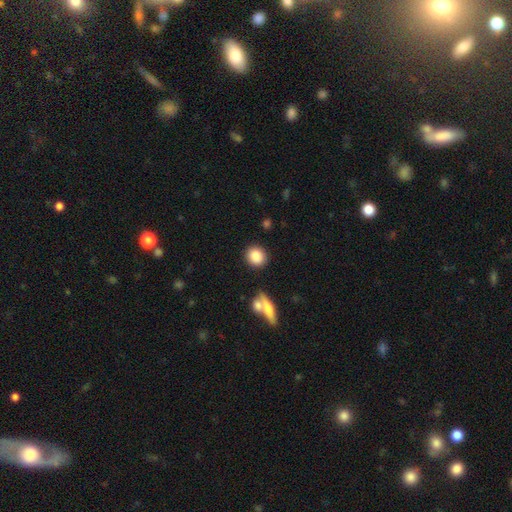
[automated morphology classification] Smooth or featured? Predicted: smooth (p=0.85). How rounded? Predicted: round (p=0.79). Merging? Predicted: none (p=0.84).